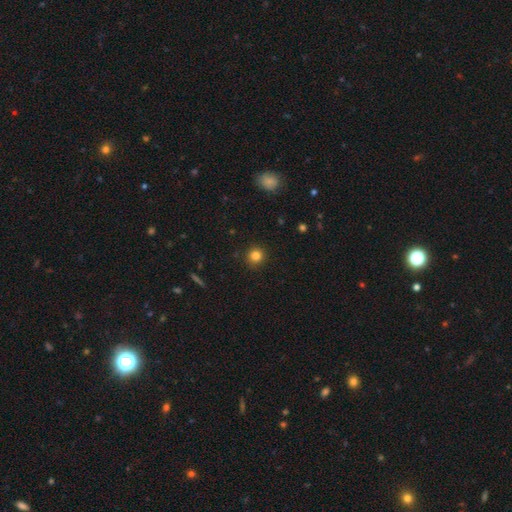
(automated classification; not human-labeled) A smooth galaxy with no disk features (83%) that is round (93%).

Vote fractions:
- Smooth or featured? smooth: 83% / star or artifact: 12% / featured or disk: 5%
- How rounded? round: 93% / in between: 6% / cigar-shaped: 1%
- Merging? none: 91% / minor disturbance: 6% / major disturbance: 2% / merger: 1%